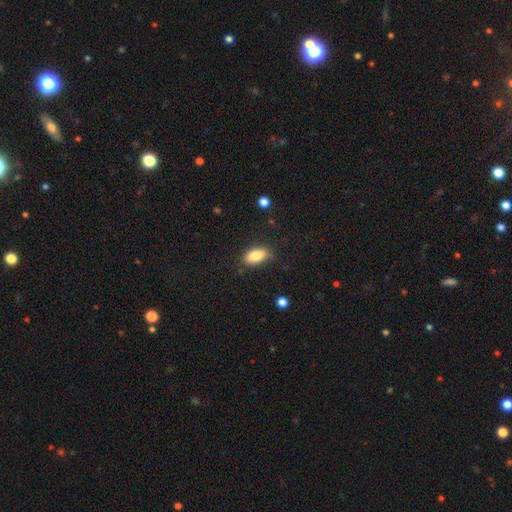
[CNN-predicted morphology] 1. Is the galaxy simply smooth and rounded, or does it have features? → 82% smooth, 10% featured or disk, 7% star or artifact.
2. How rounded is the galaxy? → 88% in between, 8% cigar-shaped, 4% round.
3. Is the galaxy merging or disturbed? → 83% none, 12% minor disturbance, 3% major disturbance, 1% merger.